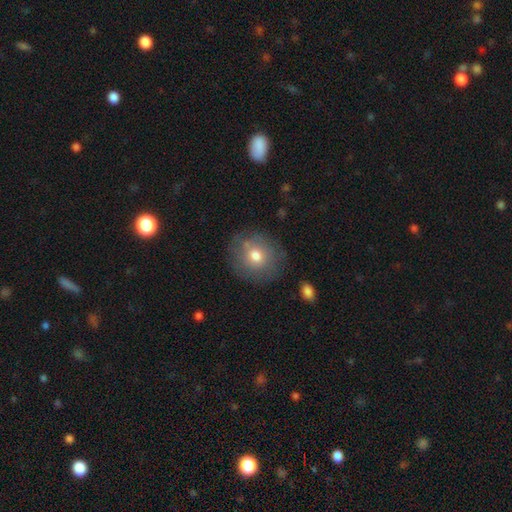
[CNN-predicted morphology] Smooth or featured? Predicted: smooth (p=0.73). How rounded? Predicted: round (p=0.84). Merging? Predicted: none (p=0.79).